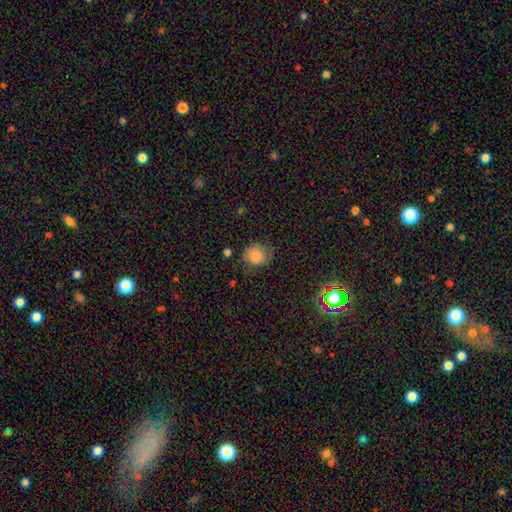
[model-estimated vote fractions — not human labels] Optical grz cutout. It shows a smooth galaxy with no disk features (81%) that is round (77%). Merging: none (65%).